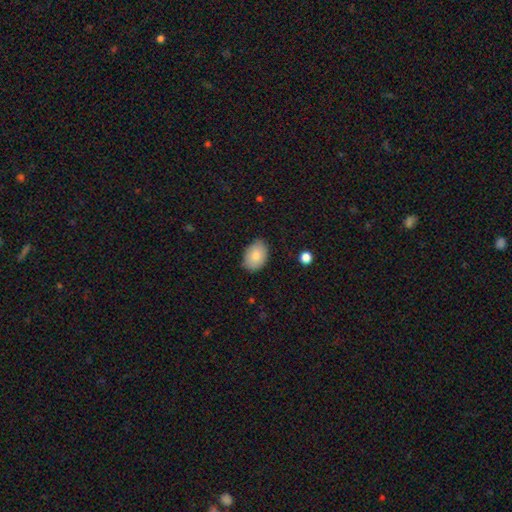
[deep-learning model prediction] smooth-or-featured: smooth: 83% | featured or disk: 10% | star or artifact: 7%
  how-rounded: in between: 82% | round: 17% | cigar-shaped: 1%
  merging: none: 82% | minor disturbance: 15% | major disturbance: 3% | merger: 1%